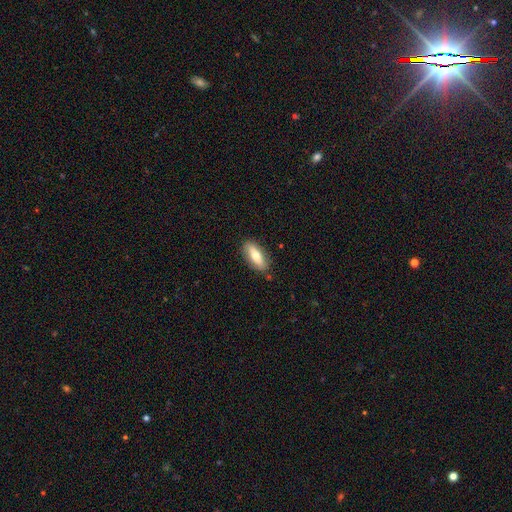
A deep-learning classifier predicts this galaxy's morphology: This is likely a smooth galaxy (63%). How rounded: likely in between (73%). Merging: clearly none (84%).